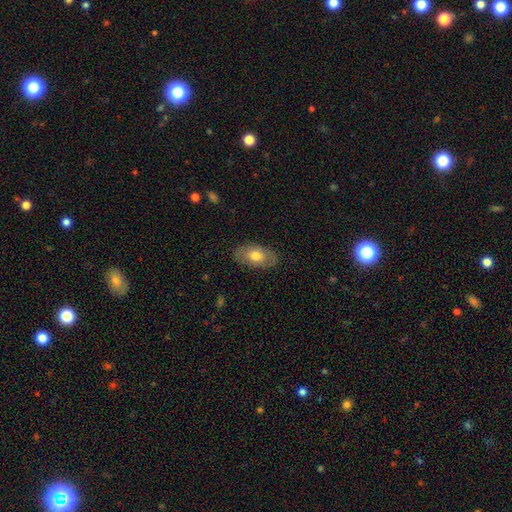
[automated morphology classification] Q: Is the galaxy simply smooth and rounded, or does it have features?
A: smooth — 68%.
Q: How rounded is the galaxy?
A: in between — 92%.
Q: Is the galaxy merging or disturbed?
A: none — 84%.